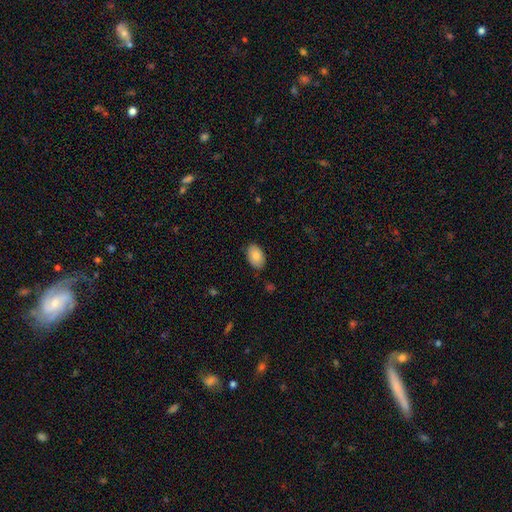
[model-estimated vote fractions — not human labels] The model was most divided on "smooth or featured": smooth: 81%, featured or disk: 13%, star or artifact: 7%. More confident: how rounded — in between (90%); merging — none (83%).